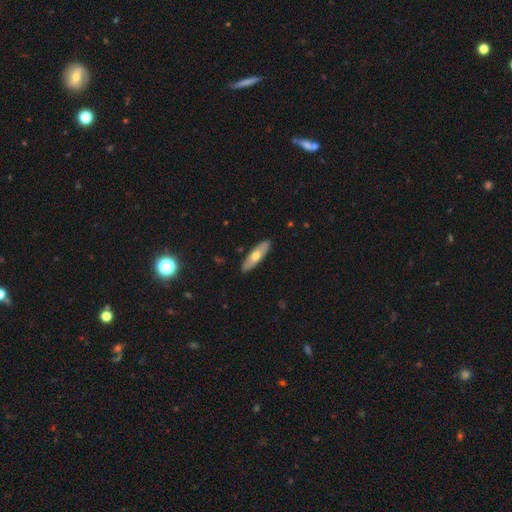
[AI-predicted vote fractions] A smooth galaxy with no disk features (56%) that is cigar-shaped (51%).

Vote fractions:
- Smooth or featured? smooth: 56% / featured or disk: 38% / star or artifact: 5%
- How rounded? cigar-shaped: 51% / in between: 47% / round: 2%
- Merging? none: 89% / minor disturbance: 8% / major disturbance: 2% / merger: 1%